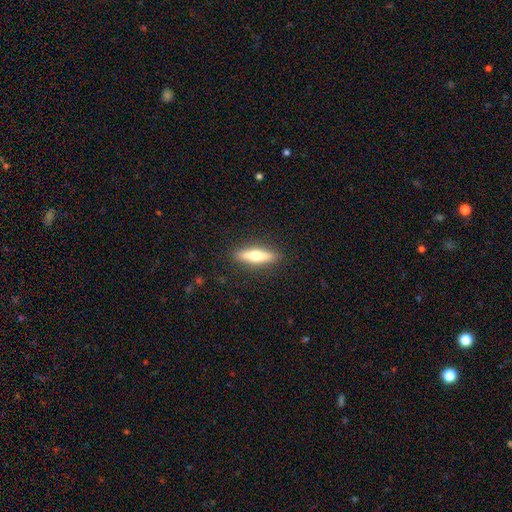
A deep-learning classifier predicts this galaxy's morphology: Q: Smooth or featured?
A: smooth (53%); runner-up: featured or disk (42%)
Q: How rounded?
A: cigar-shaped (73%); runner-up: in between (25%)
Q: Merging?
A: none (90%); runner-up: minor disturbance (7%)